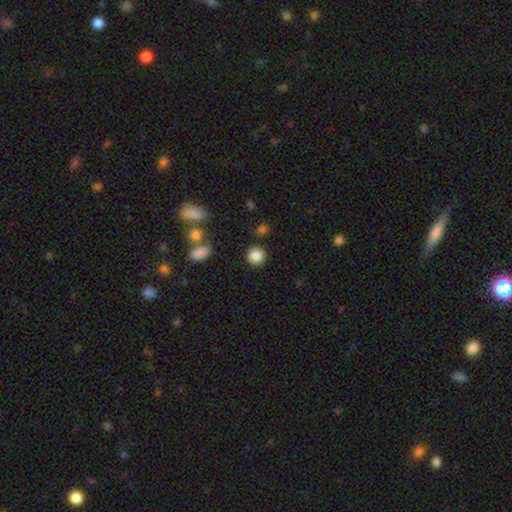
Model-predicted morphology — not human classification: Overall: smooth (86%). How rounded: round (90%). Merging: none (87%).